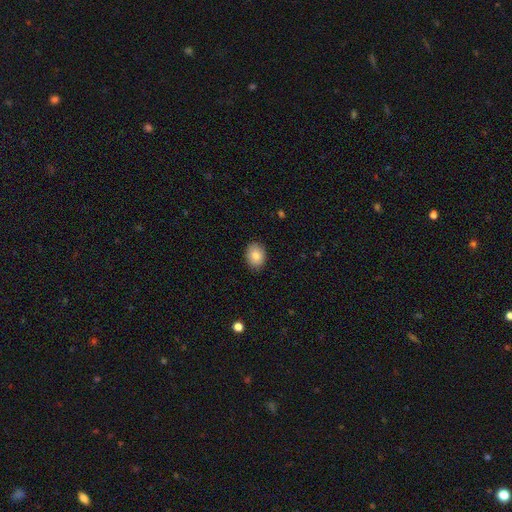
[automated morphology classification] smooth_or_featured: smooth (p=0.83) [alt: featured or disk p=0.10]
how_rounded: in between (p=0.56) [alt: round p=0.43]
merging: none (p=0.88) [alt: minor disturbance p=0.09]